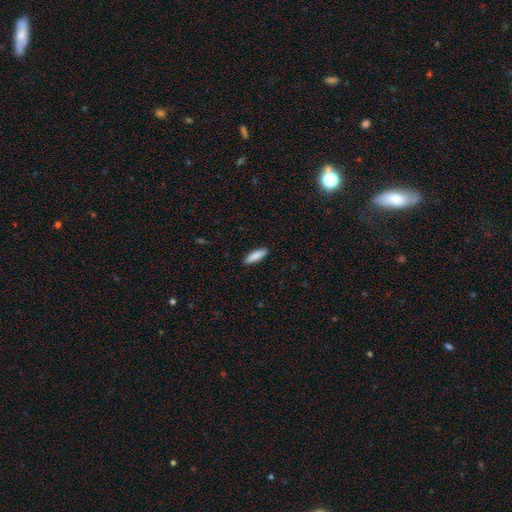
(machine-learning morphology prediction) type=smooth (87%); roundness=cigar-shaped (65%); merging=none (91%).